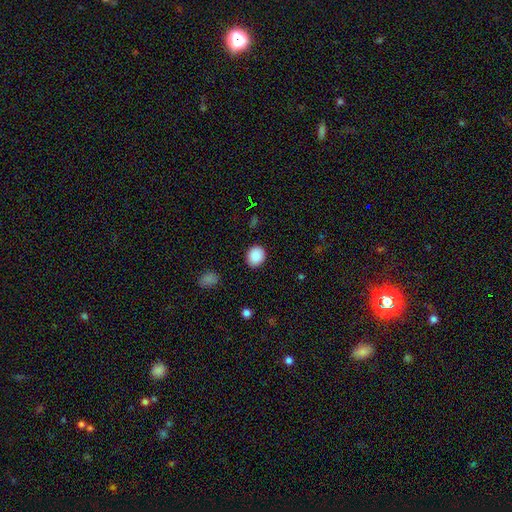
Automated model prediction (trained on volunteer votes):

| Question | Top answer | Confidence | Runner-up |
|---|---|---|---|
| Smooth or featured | smooth | 89% | star or artifact (8%) |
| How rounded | round | 64% | in between (35%) |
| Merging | none | 89% | minor disturbance (7%) |